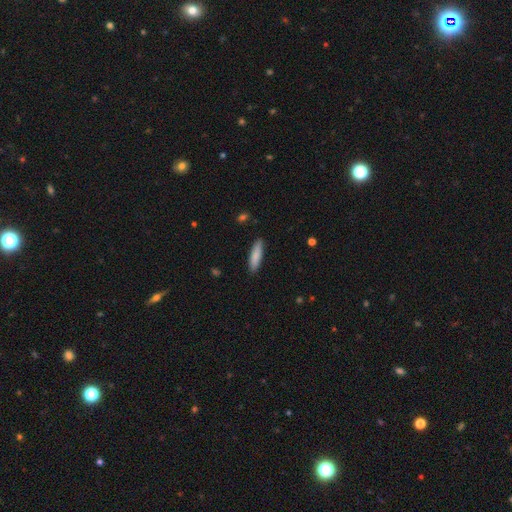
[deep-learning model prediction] smooth 85%, featured or disk 9%, star or artifact 6%. Down the decision tree: how rounded — cigar-shaped (67%); merging — none (88%).